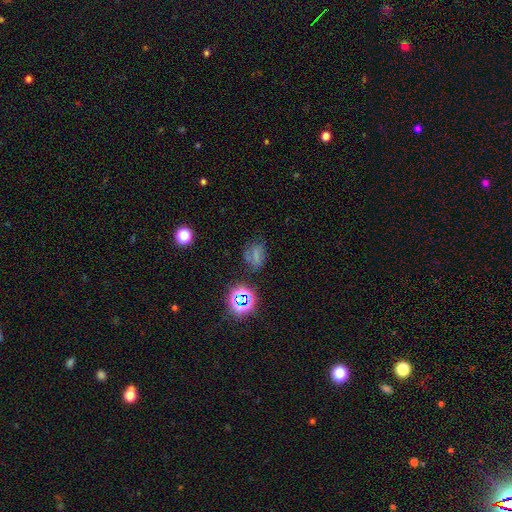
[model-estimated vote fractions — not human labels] This appears to be a smooth galaxy with no disk features (47%). Merging: none (62%).